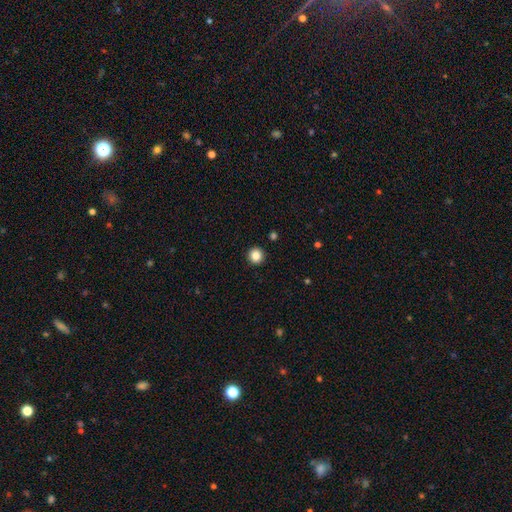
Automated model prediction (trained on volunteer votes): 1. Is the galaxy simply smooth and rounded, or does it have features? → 85% smooth, 11% star or artifact, 5% featured or disk.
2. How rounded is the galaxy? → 96% round, 3% in between, 1% cigar-shaped.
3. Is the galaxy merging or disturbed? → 93% none, 4% minor disturbance, 1% major disturbance, 1% merger.